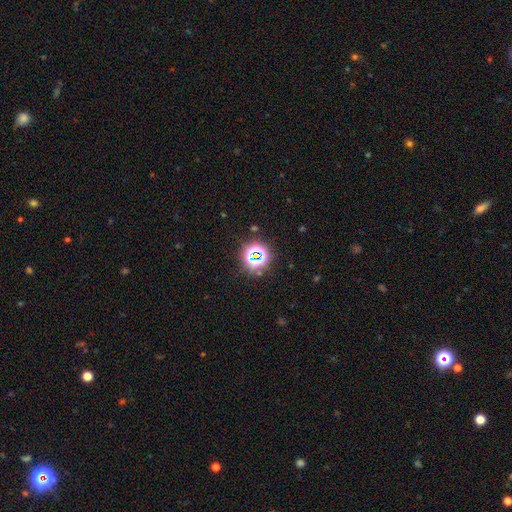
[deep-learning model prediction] The model was most divided on "smooth or featured": star or artifact: 67%, smooth: 23%, featured or disk: 10%.